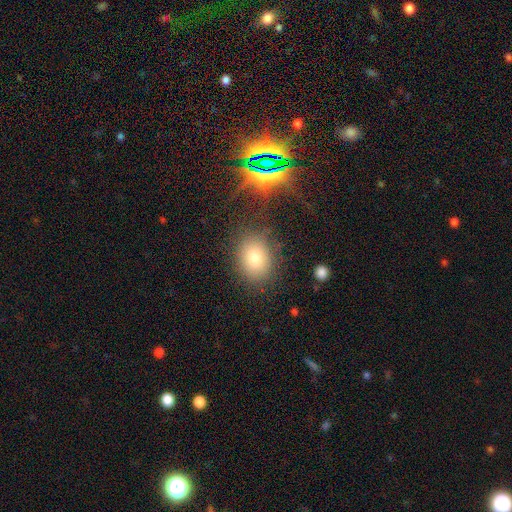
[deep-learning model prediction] smooth_or_featured: smooth (p=0.61) [alt: star or artifact p=0.28]
how_rounded: in between (p=0.62) [alt: round p=0.37]
merging: none (p=0.85) [alt: minor disturbance p=0.10]